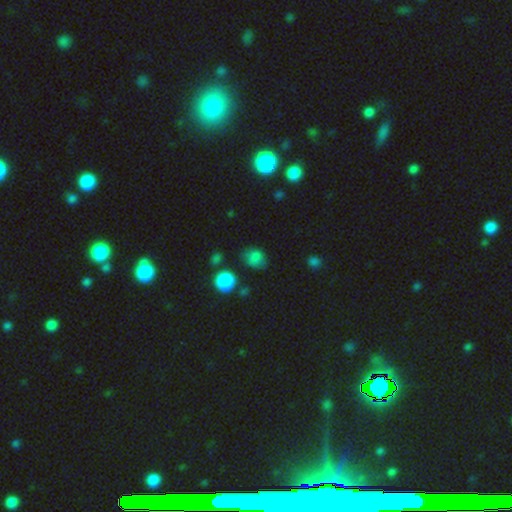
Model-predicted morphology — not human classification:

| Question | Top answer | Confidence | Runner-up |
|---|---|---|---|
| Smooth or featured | smooth | 78% | star or artifact (14%) |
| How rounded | round | 50% | in between (49%) |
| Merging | none | 61% | minor disturbance (26%) |